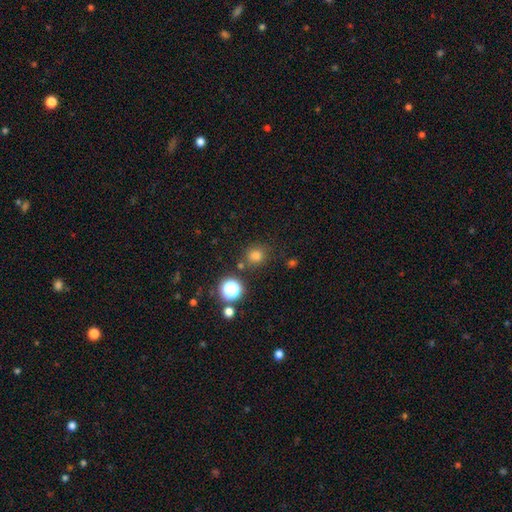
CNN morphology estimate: A smooth galaxy with no disk features (76%) that is round (88%). Merging: none (80%).